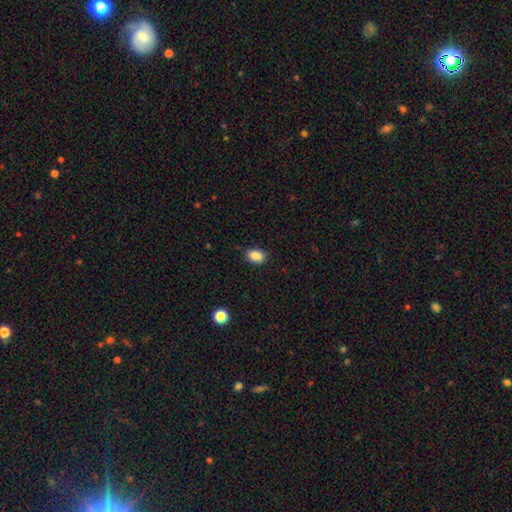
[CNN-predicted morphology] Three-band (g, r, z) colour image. It shows a smooth galaxy with no disk features (88%) that is in between round and cigar-shaped (82%). Merging: none (84%).